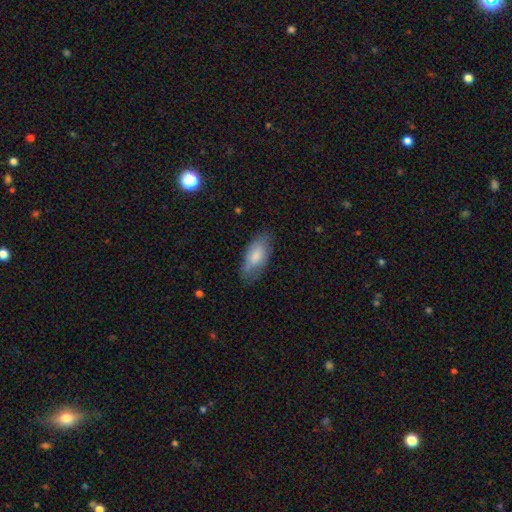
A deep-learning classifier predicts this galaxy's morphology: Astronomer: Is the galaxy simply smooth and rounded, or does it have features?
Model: smooth — 78%.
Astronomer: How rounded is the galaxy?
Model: in between — 88%.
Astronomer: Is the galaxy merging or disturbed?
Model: none — 71%.